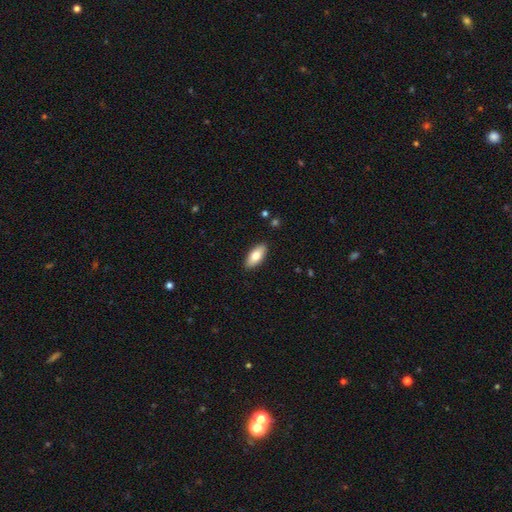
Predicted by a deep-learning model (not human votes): Smooth or featured: smooth — 76% (featured or disk — 18%)
How rounded: in between — 84% (cigar-shaped — 14%)
Merging: none — 89% (minor disturbance — 8%)